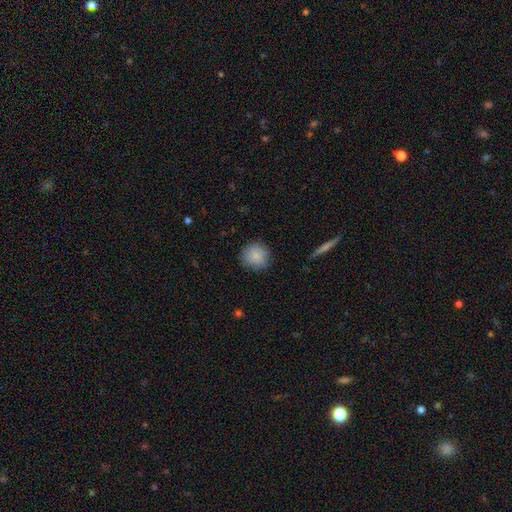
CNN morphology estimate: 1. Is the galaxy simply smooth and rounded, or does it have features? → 85% smooth, 8% star or artifact, 7% featured or disk.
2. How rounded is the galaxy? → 91% round, 8% in between, 1% cigar-shaped.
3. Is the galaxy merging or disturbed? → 85% none, 11% minor disturbance, 3% major disturbance, 1% merger.